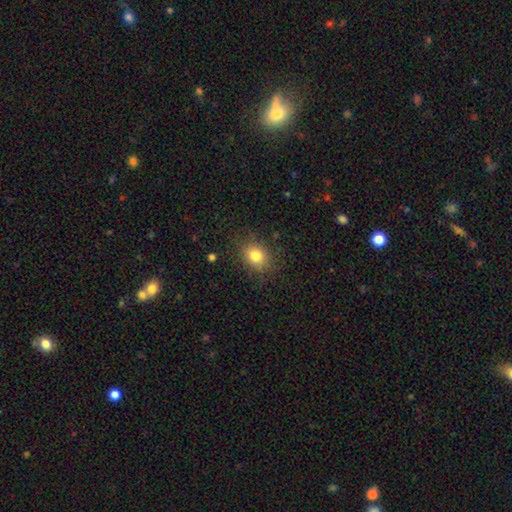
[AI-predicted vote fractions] Morphology: type=smooth (80%); roundness=round (54%); merging=none (82%).